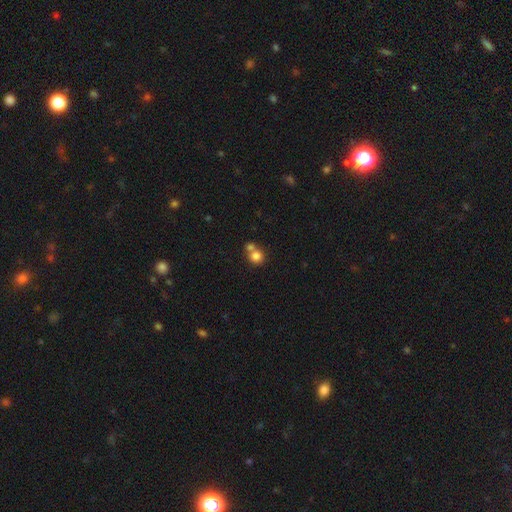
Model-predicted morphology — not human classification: The model was most divided on "merging": none: 45%, merger: 44%, minor disturbance: 7%, major disturbance: 3%. More confident: how rounded — round (84%); smooth or featured — smooth (80%).